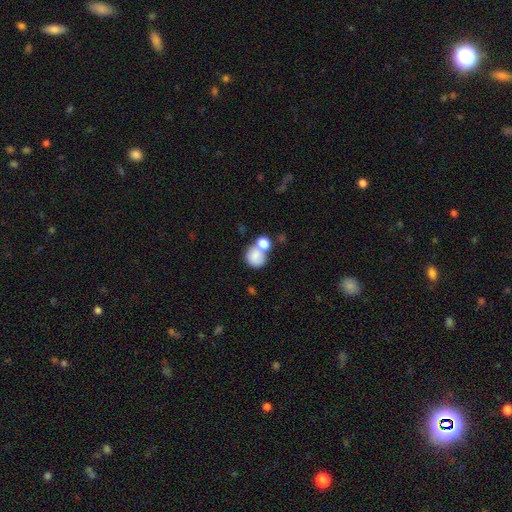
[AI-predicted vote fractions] This appears to be a smooth galaxy with no disk features (80%) that is round (78%). Merging: merger (47%).